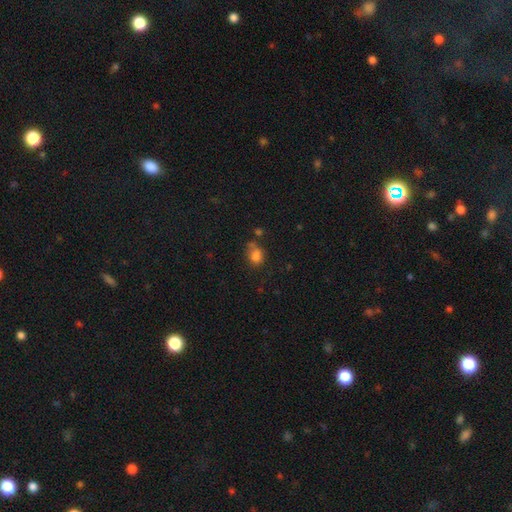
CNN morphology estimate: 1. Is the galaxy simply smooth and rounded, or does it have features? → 78% smooth, 12% star or artifact, 9% featured or disk.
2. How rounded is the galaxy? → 54% in between, 45% round, 1% cigar-shaped.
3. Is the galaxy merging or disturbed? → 42% none, 25% minor disturbance, 20% merger, 13% major disturbance.